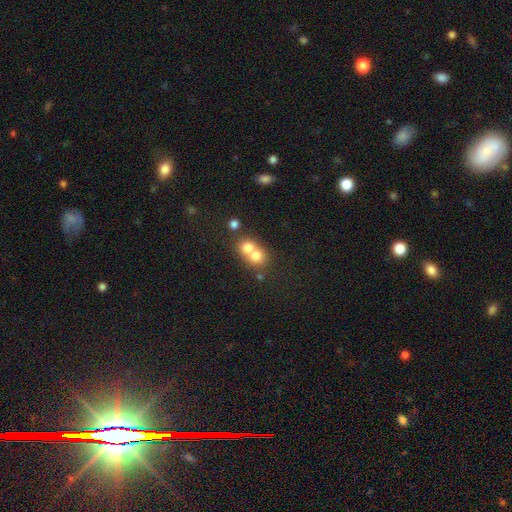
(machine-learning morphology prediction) Overall: smooth (72%). How rounded: round (78%). Merging: merger (68%).